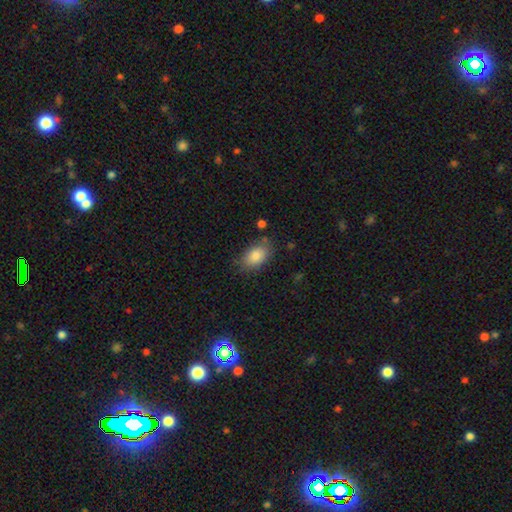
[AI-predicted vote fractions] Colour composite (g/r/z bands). It shows a smooth galaxy with no disk features (86%) that is in between round and cigar-shaped (89%). Merging: none (77%).